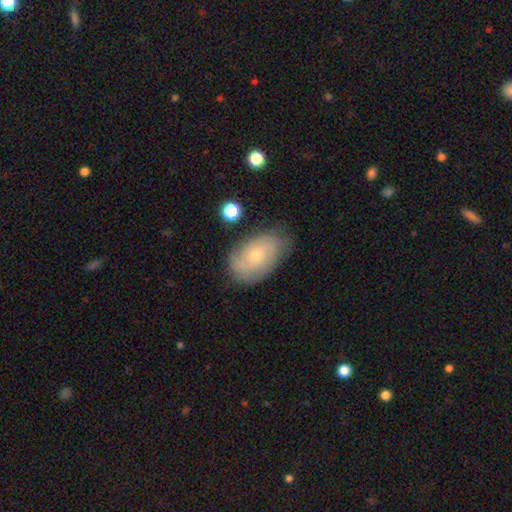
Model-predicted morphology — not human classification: This appears to be a featured or disk galaxy (54%) with no bar (79%), spiral arms (81%) and a small central bulge (70%). Merging: none (70%).